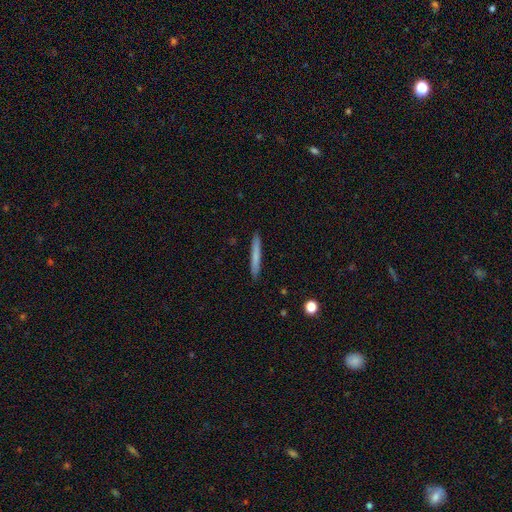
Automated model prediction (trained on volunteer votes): Q: Smooth or featured?
A: smooth (73%); runner-up: featured or disk (21%)
Q: How rounded?
A: cigar-shaped (96%); runner-up: in between (3%)
Q: Merging?
A: none (91%); runner-up: minor disturbance (6%)